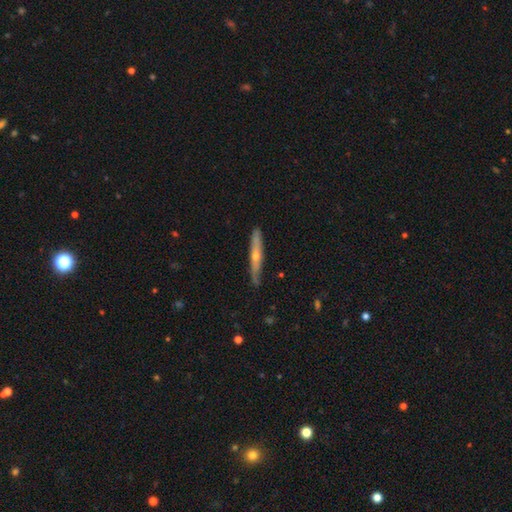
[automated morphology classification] A featured or disk galaxy (62%) viewed edge-on (91%) with a rounded central bulge (78%). Merging: none (84%).